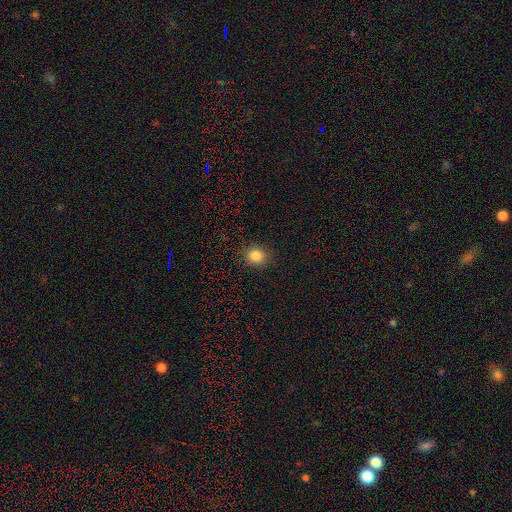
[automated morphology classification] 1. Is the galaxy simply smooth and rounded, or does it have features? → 85% smooth, 11% star or artifact, 4% featured or disk.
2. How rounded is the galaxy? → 80% round, 19% in between, 1% cigar-shaped.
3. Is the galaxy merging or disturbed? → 91% none, 6% minor disturbance, 2% major disturbance, 1% merger.